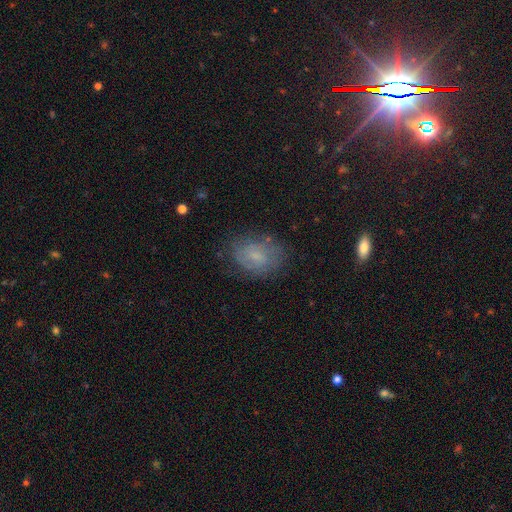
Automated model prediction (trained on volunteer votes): smooth 50%, featured or disk 37%, star or artifact 12%. Down the decision tree: how rounded — in between (73%); merging — none (70%).